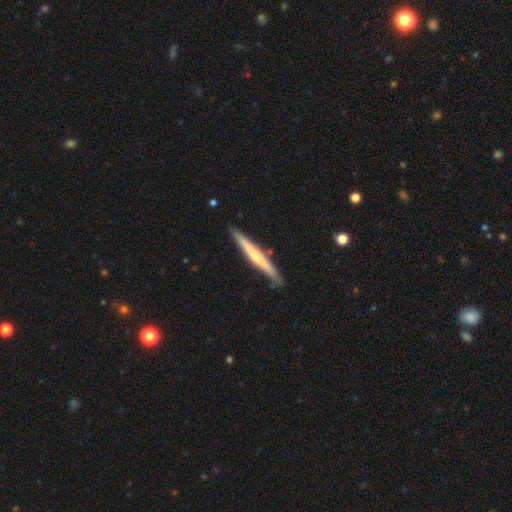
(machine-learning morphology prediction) A featured or disk galaxy (58%) viewed edge-on (97%) with a rounded central bulge (52%). Merging: none (87%).